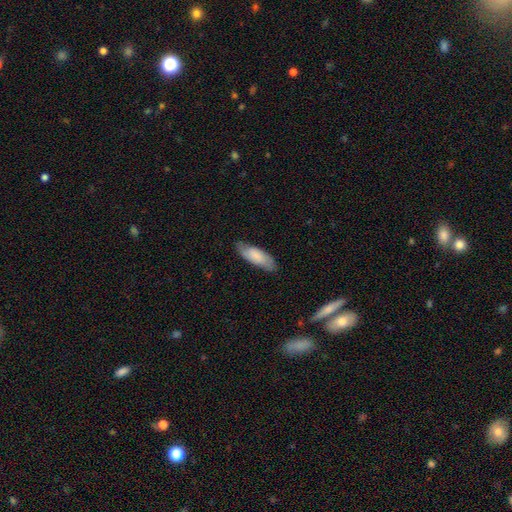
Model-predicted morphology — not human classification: A smooth galaxy with no disk features (71%) that is in between round and cigar-shaped (64%). Merging: none (78%).